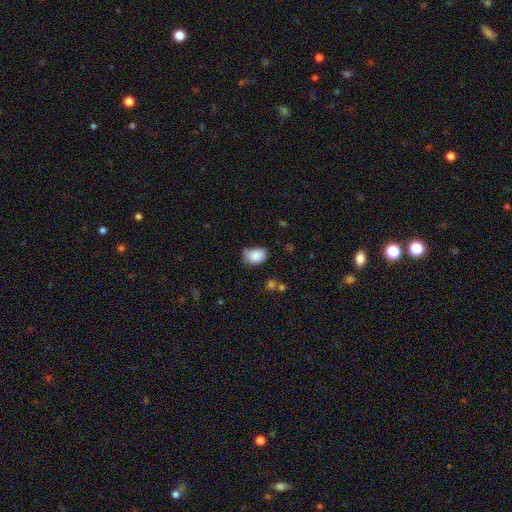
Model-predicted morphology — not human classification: Q: Smooth or featured?
A: smooth (85%); runner-up: star or artifact (8%)
Q: How rounded?
A: in between (73%); runner-up: round (26%)
Q: Merging?
A: none (48%); runner-up: minor disturbance (37%)